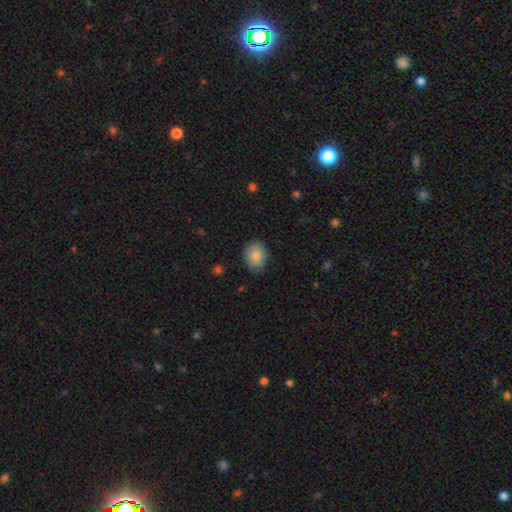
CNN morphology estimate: smooth 87%, star or artifact 7%, featured or disk 6%. Down the decision tree: how rounded — in between (51%); merging — none (82%).